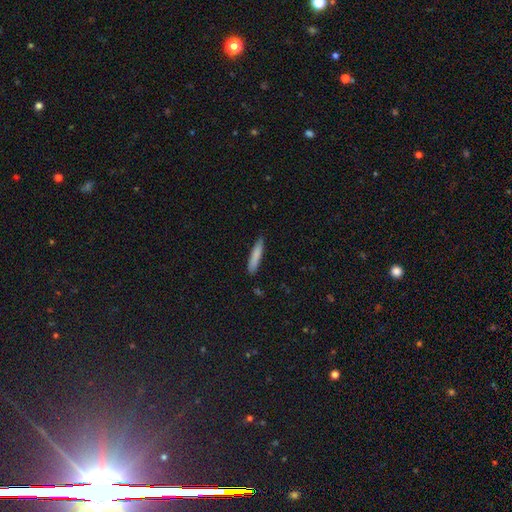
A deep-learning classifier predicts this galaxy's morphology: This appears to be a smooth galaxy with no disk features (82%) that is cigar-shaped (89%). Merging: none (84%).